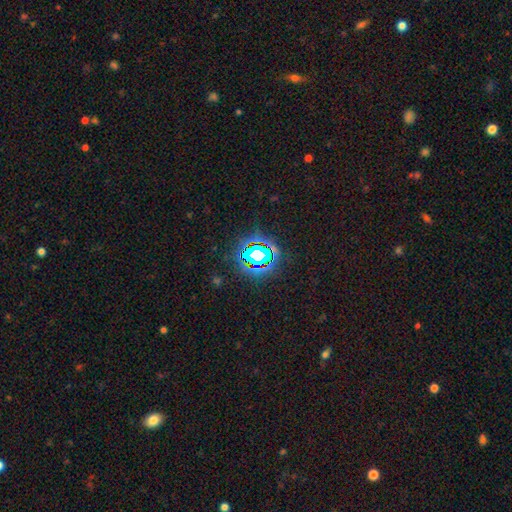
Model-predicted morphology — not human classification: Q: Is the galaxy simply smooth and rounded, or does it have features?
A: star or artifact — 71%.